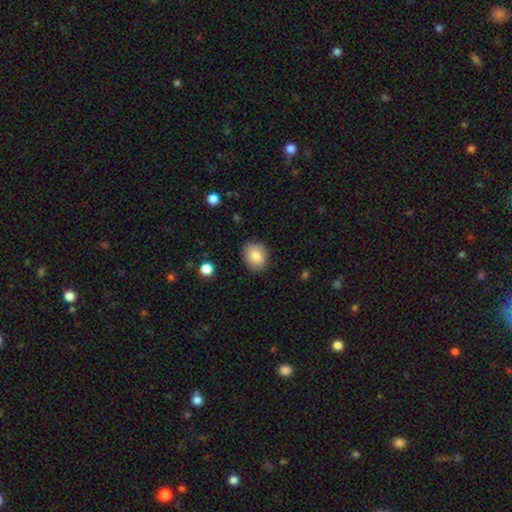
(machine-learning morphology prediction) Smooth or featured: smooth — 85% (star or artifact — 8%)
How rounded: in between — 53% (round — 46%)
Merging: none — 85% (minor disturbance — 12%)